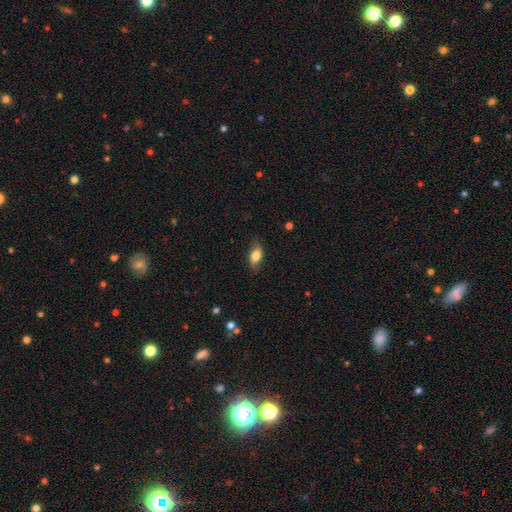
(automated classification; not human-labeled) This is likely a smooth galaxy (75%). How rounded: clearly in between (84%). Merging: likely none (77%).